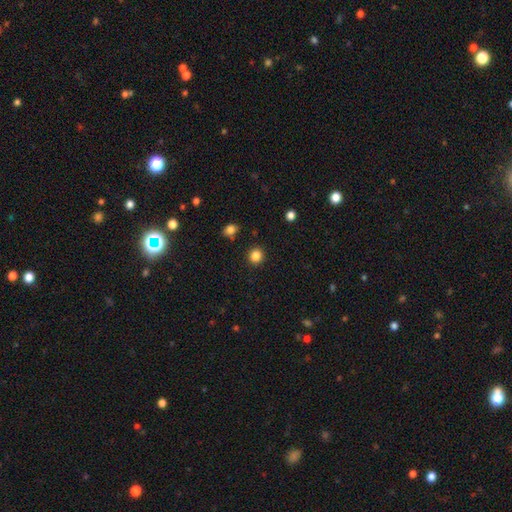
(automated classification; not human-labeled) Q: Smooth or featured?
A: smooth (85%); runner-up: star or artifact (12%)
Q: How rounded?
A: round (89%); runner-up: in between (11%)
Q: Merging?
A: none (90%); runner-up: minor disturbance (6%)